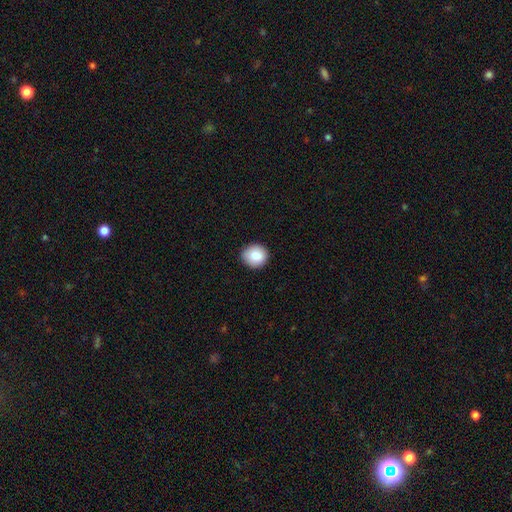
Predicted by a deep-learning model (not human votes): Q: Smooth or featured?
A: smooth (87%); runner-up: star or artifact (8%)
Q: How rounded?
A: round (88%); runner-up: in between (11%)
Q: Merging?
A: none (88%); runner-up: minor disturbance (9%)